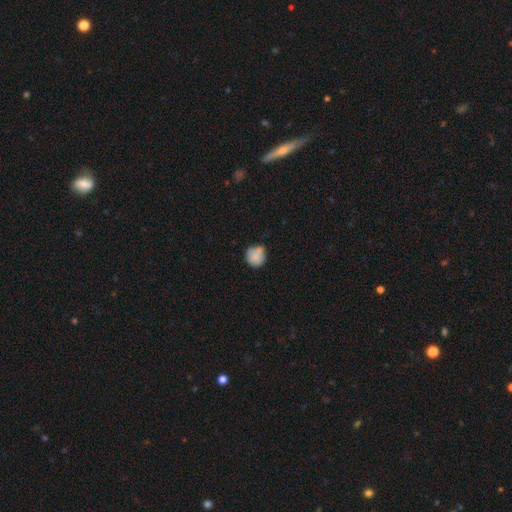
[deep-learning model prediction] Smooth or featured? smooth (82%)
How rounded? round (86%)
Merging? none (58%)